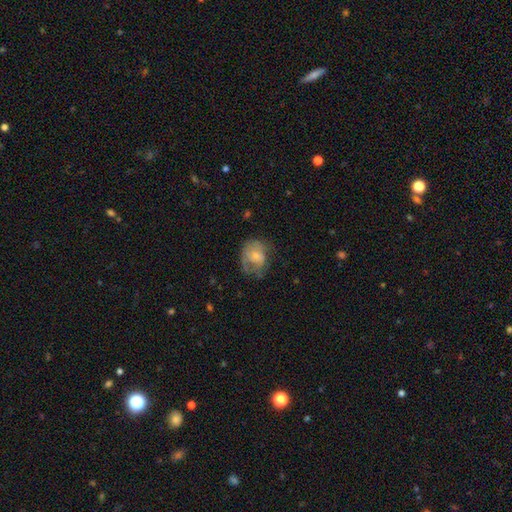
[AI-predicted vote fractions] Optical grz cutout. It shows a featured or disk galaxy (48%). Merging: none (45%).